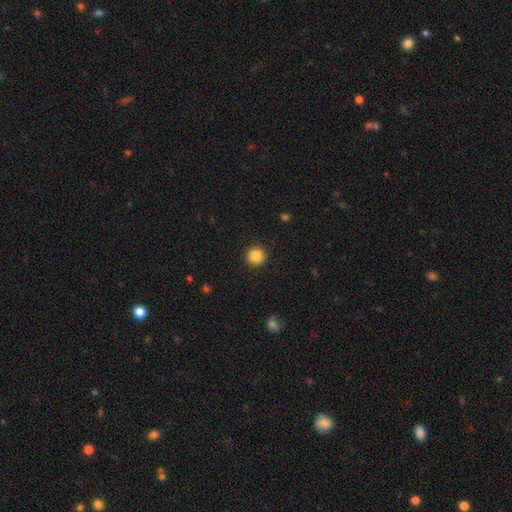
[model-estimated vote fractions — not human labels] Morphology: type=smooth (86%); roundness=round (95%); merging=none (93%).